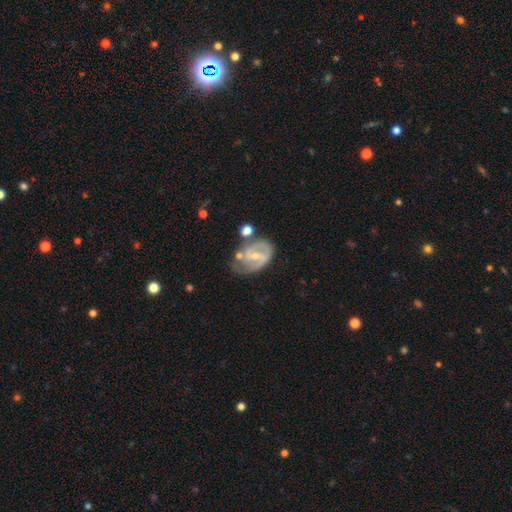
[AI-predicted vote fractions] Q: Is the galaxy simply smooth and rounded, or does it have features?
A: featured or disk — 83%.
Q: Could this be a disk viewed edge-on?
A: no — 97%.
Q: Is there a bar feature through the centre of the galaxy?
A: weak — 50%.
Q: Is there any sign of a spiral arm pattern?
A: yes — 92%.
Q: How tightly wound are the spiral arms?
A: medium — 49%.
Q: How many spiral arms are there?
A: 2 — 81%.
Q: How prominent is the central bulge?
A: small — 64%.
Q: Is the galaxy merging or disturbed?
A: none — 52%.